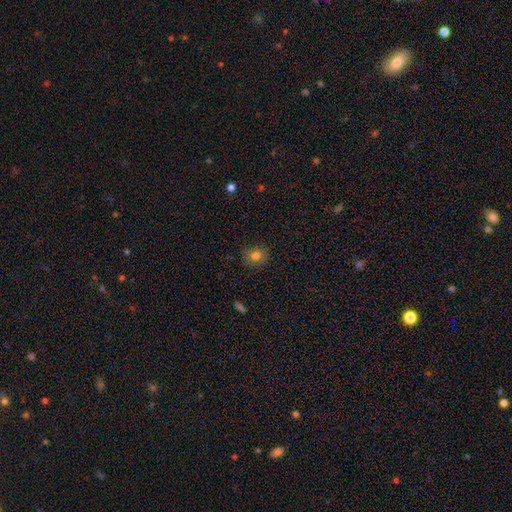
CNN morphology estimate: Smooth or featured: smooth — 78% (star or artifact — 14%)
How rounded: round — 82% (in between — 17%)
Merging: none — 86% (minor disturbance — 10%)